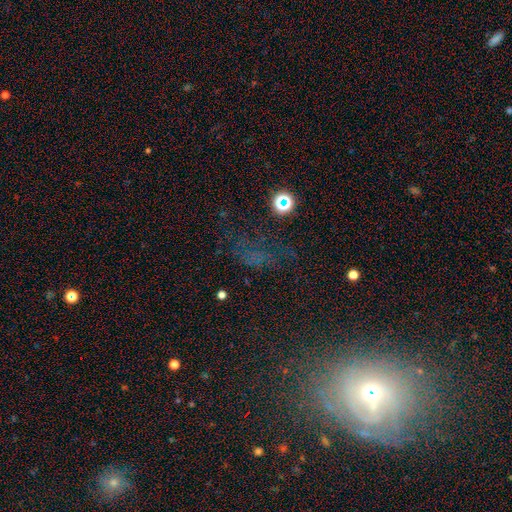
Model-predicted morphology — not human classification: The model was most divided on "smooth or featured": star or artifact: 47%, smooth: 33%, featured or disk: 20%.